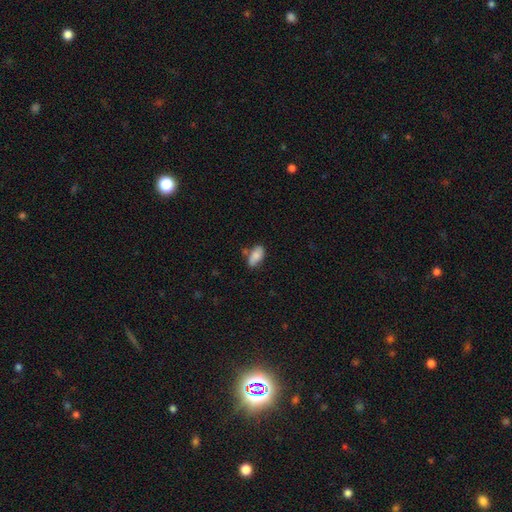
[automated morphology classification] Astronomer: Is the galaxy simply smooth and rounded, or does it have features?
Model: smooth — 82%.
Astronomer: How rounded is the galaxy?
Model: in between — 91%.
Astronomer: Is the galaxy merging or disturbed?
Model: none — 62%.